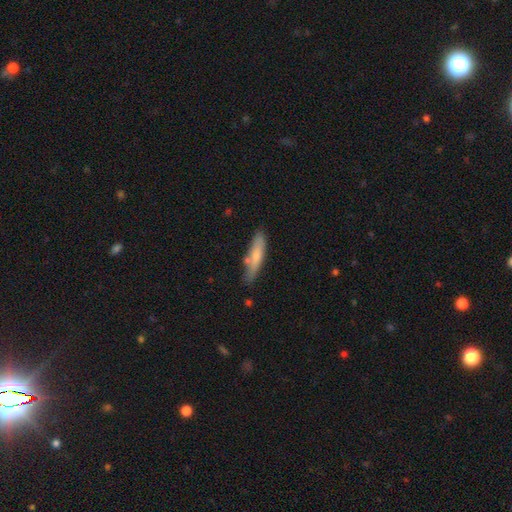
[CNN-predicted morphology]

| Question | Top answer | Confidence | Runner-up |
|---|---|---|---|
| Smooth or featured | smooth | 68% | featured or disk (26%) |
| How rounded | cigar-shaped | 78% | in between (20%) |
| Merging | none | 71% | minor disturbance (19%) |